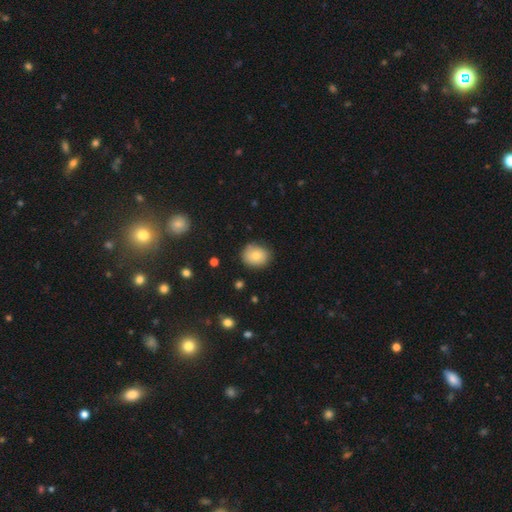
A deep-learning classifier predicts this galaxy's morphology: Smooth or featured: smooth — 79% (featured or disk — 12%)
How rounded: round — 66% (in between — 33%)
Merging: none — 80% (minor disturbance — 15%)